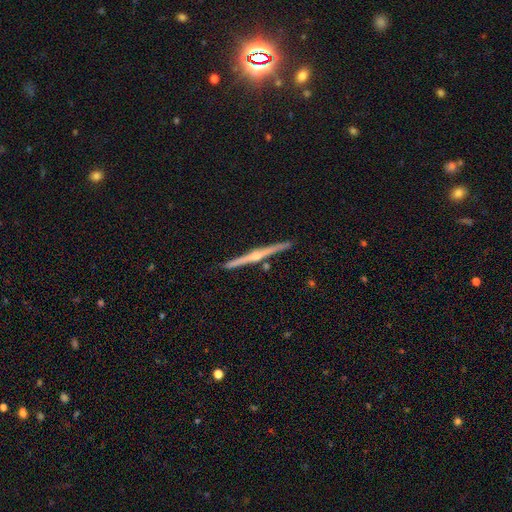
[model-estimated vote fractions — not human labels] Overall: featured or disk (84%). Edge-on disk: yes (99%). Edge-on bulge: rounded (88%). Merging: none (90%).